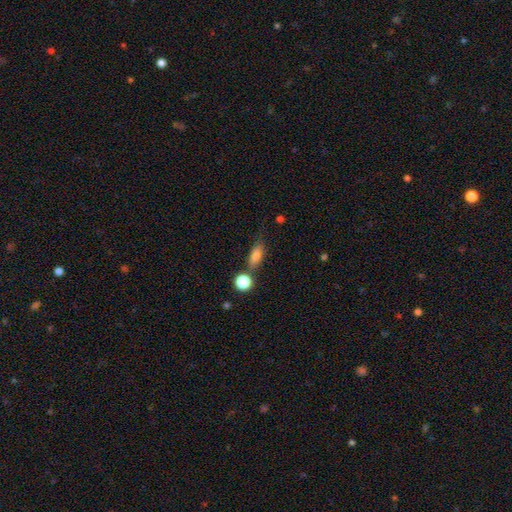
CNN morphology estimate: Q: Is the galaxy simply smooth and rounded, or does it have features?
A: smooth — 80%.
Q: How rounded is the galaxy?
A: in between — 71%.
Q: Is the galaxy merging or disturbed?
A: none — 65%.